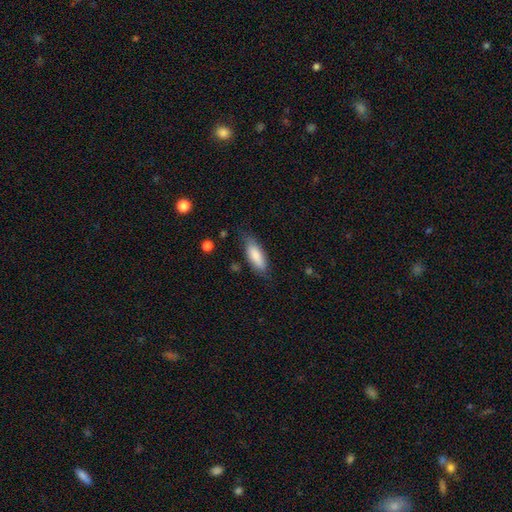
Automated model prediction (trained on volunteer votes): smooth-or-featured: smooth: 81% | featured or disk: 13% | star or artifact: 6%
  how-rounded: in between: 66% | cigar-shaped: 32% | round: 2%
  merging: none: 72% | minor disturbance: 22% | major disturbance: 5% | merger: 2%